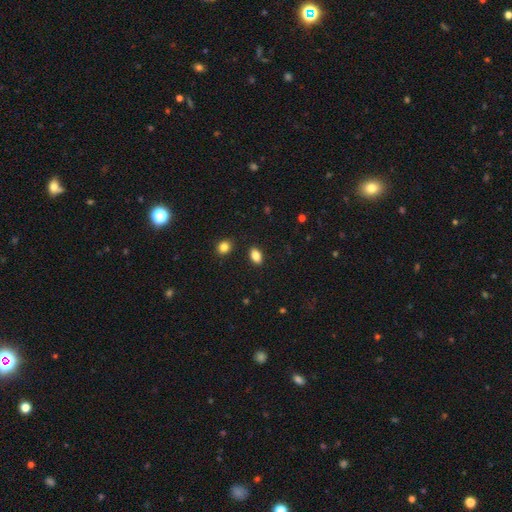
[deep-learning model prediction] A smooth galaxy with no disk features (85%) that is in between round and cigar-shaped (87%). Merging: none (88%).